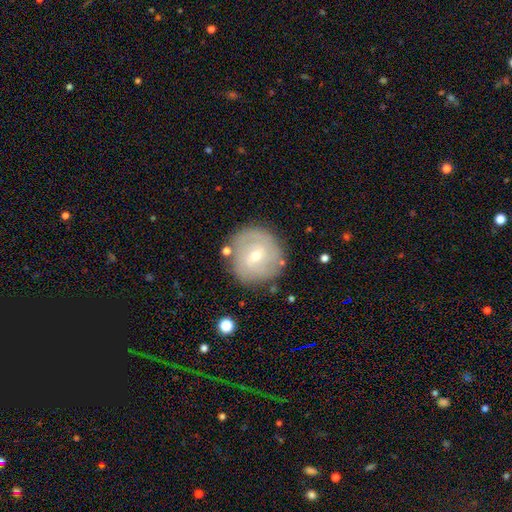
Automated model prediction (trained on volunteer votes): featured or disk 64%, smooth 28%, star or artifact 8%. Down the decision tree: edge-on disk — no (97%); bar — no (51%); spiral arms — yes (77%); bulge size — small (57%); merging — none (81%).